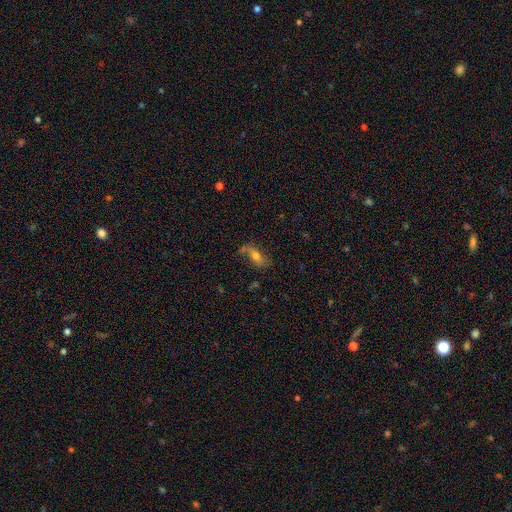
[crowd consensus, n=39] Volunteers were most divided on "merging": none: 57%, minor disturbance: 23%, major disturbance: 14%, merger: 6%. More confident: how rounded — in between (80%); smooth or featured — smooth (64%).